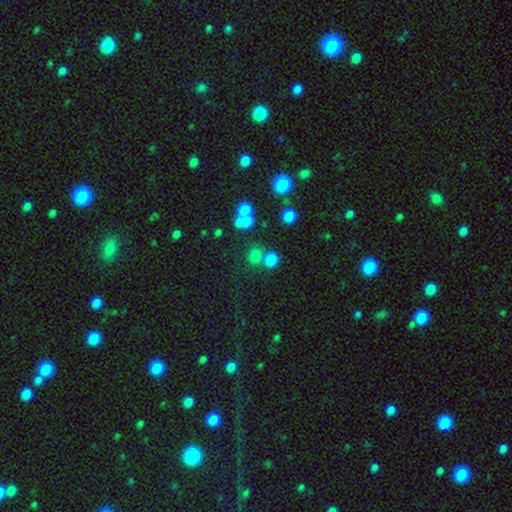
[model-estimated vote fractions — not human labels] smooth 70%, star or artifact 20%, featured or disk 10%. Down the decision tree: how rounded — round (68%); merging — none (56%).